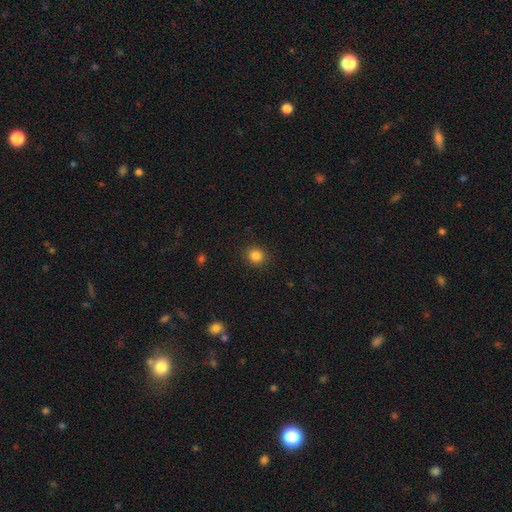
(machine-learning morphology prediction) smooth 84%, star or artifact 11%, featured or disk 4%. Down the decision tree: how rounded — round (85%); merging — none (90%).